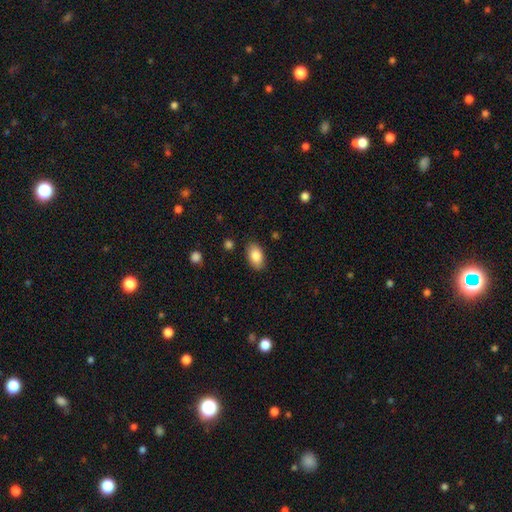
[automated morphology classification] smooth 85%, featured or disk 8%, star or artifact 7%. Down the decision tree: how rounded — in between (92%); merging — none (86%).